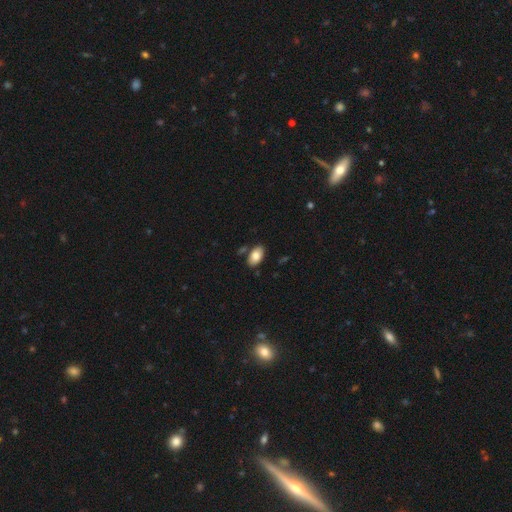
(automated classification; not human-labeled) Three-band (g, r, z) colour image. It shows a smooth galaxy with no disk features (82%) that is in between round and cigar-shaped (94%). Merging: none (80%).